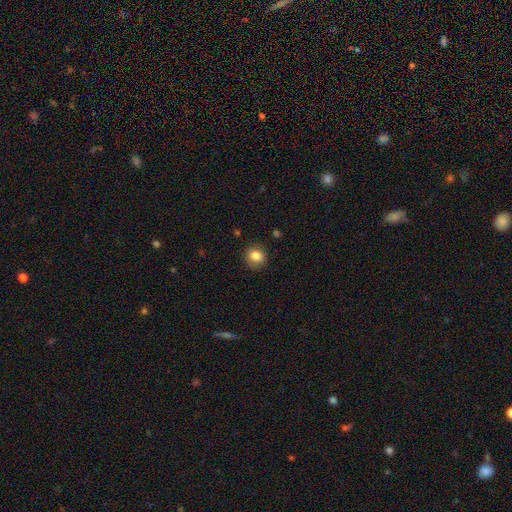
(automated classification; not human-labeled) Smooth or featured? smooth (84%)
How rounded? round (78%)
Merging? none (84%)